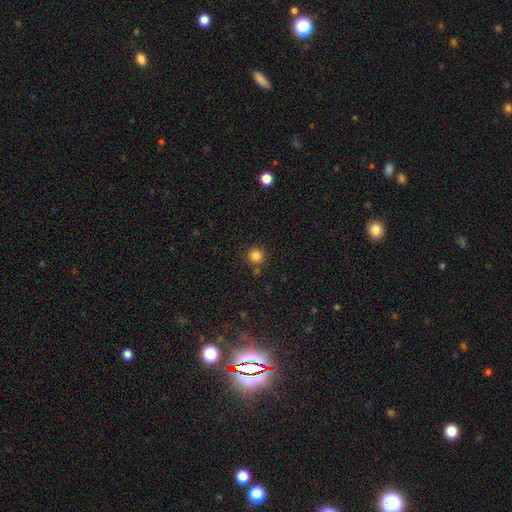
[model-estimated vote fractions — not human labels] Smooth or featured?
  - smooth: 84% *
  - star or artifact: 12%
  - featured or disk: 4%
How rounded?
  - round: 93% *
  - in between: 6%
  - cigar-shaped: 1%
Merging?
  - none: 80% *
  - minor disturbance: 9%
  - merger: 8%
  - major disturbance: 3%